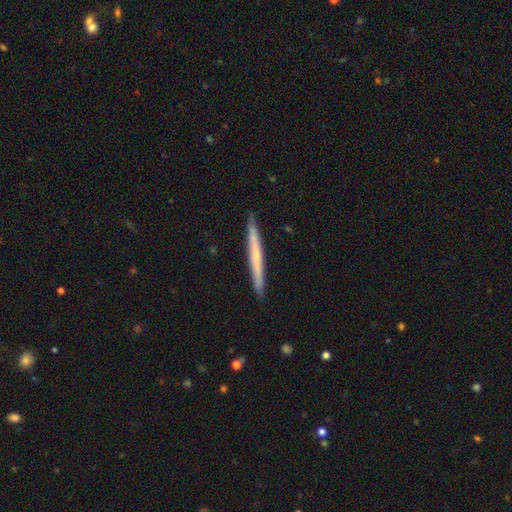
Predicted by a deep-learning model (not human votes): Smooth or featured?
  - featured or disk: 48% *
  - smooth: 47%
  - star or artifact: 6%
Merging?
  - none: 92% *
  - minor disturbance: 5%
  - major disturbance: 1%
  - merger: 1%